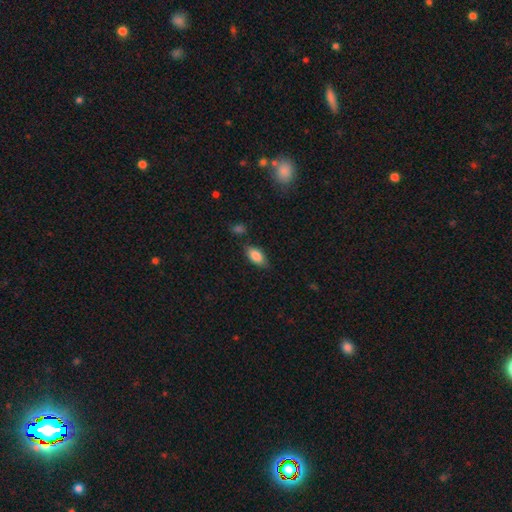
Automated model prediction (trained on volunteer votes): The model was most divided on "merging": none: 75%, minor disturbance: 17%, merger: 4%, major disturbance: 4%. More confident: how rounded — in between (90%); smooth or featured — smooth (85%).